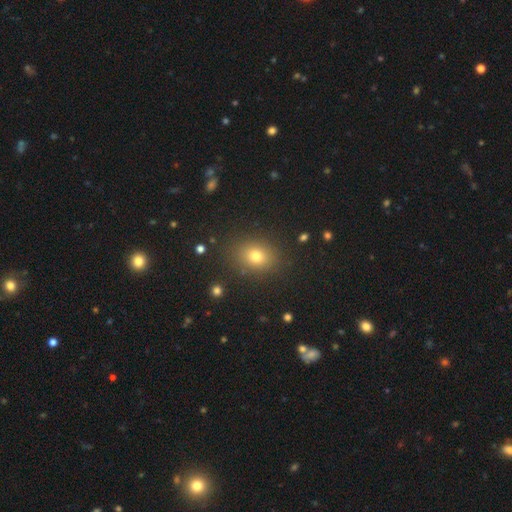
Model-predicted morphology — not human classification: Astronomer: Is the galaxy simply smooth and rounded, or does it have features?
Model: smooth — 74%.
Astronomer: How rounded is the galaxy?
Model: in between — 50% (runner-up: round, 48%).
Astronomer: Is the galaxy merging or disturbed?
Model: none — 88%.